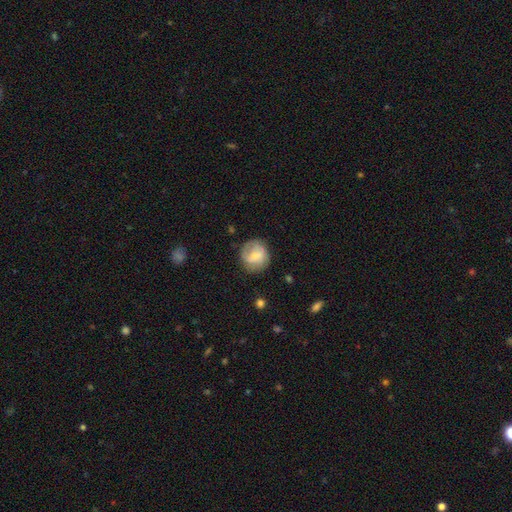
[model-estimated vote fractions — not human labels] This appears to be a smooth galaxy with no disk features (63%) that is round (85%). Merging: none (72%).